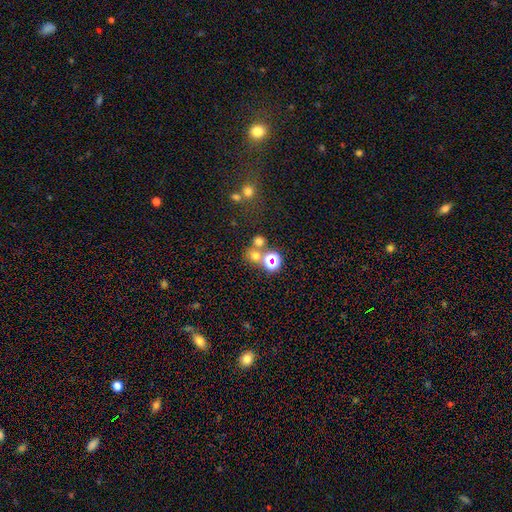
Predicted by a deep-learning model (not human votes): A smooth galaxy with no disk features (59%) that is round (85%). Merging: none (60%).